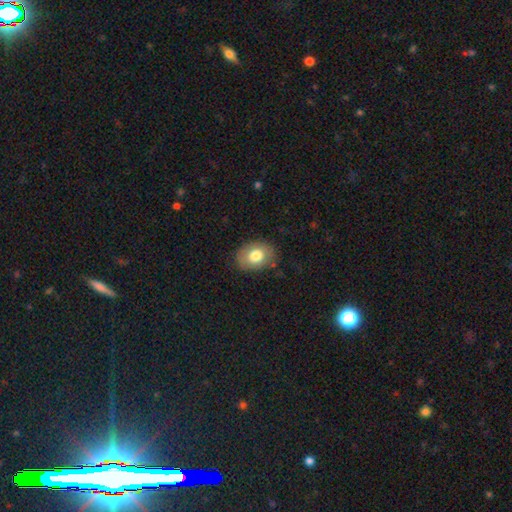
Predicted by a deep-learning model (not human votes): Morphology: type=smooth (77%); roundness=in between (69%); merging=none (82%).